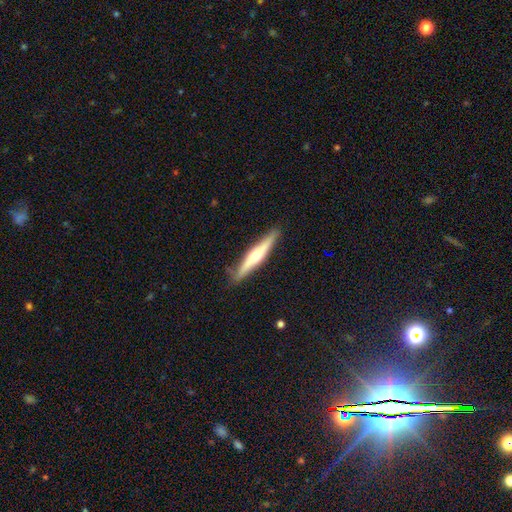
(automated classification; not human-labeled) Smooth or featured? Predicted: featured or disk (p=0.54). Edge-on disk? Predicted: yes (p=0.95). Edge-on bulge? Predicted: rounded (p=0.79). Merging? Predicted: none (p=0.85).